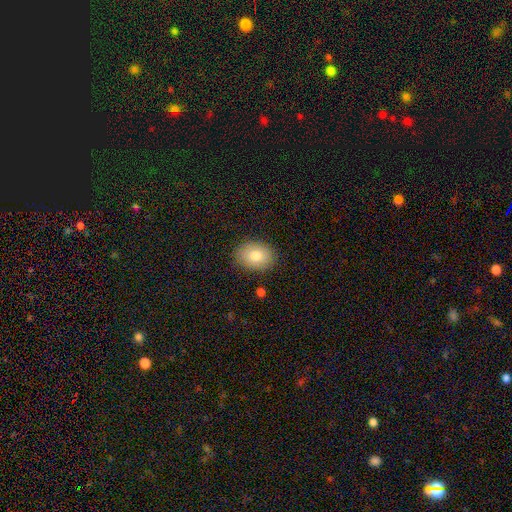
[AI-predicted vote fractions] smooth_or_featured: smooth (p=0.80) [alt: featured or disk p=0.12]
how_rounded: in between (p=0.69) [alt: round p=0.30]
merging: none (p=0.87) [alt: minor disturbance p=0.10]